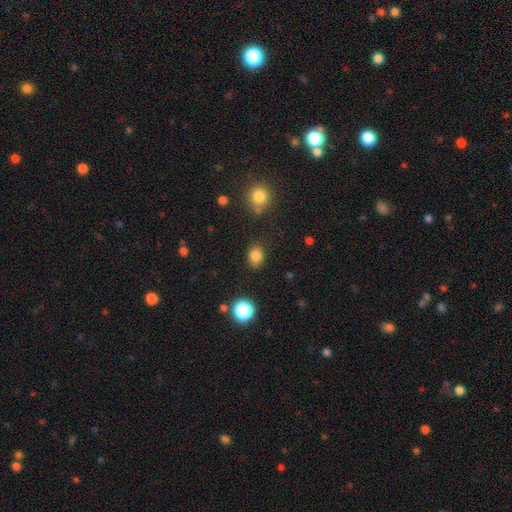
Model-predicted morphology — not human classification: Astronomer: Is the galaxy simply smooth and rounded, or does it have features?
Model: smooth — 83%.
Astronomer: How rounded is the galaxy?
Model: in between — 61% (runner-up: round, 38%).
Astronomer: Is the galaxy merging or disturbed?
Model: none — 83%.